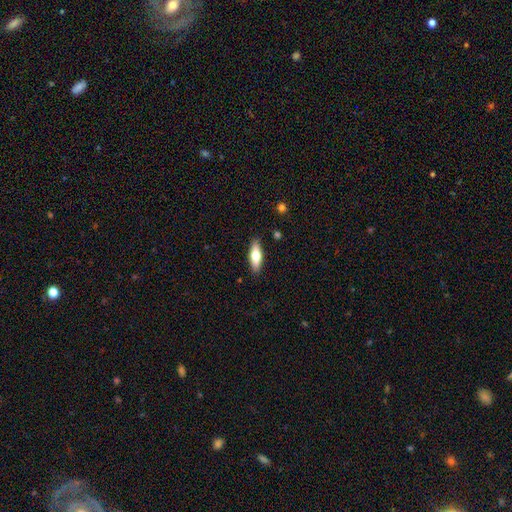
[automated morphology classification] smooth-or-featured: smooth: 61% | featured or disk: 33% | star or artifact: 6%
  how-rounded: in between: 58% | cigar-shaped: 40% | round: 3%
  merging: none: 88% | minor disturbance: 9% | major disturbance: 2% | merger: 1%